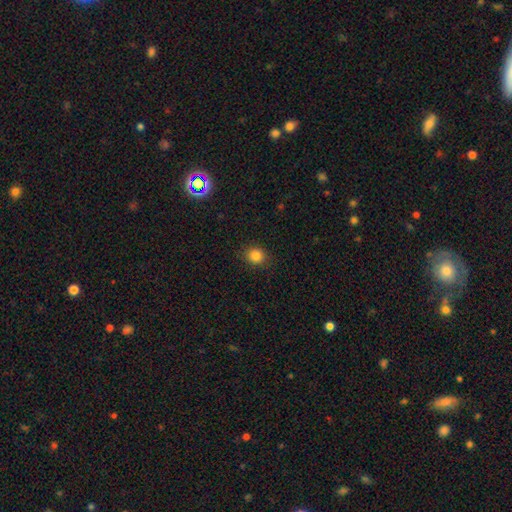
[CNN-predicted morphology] The model was most divided on "how rounded": round: 79%, in between: 20%, cigar-shaped: 1%. More confident: merging — none (89%); smooth or featured — smooth (84%).